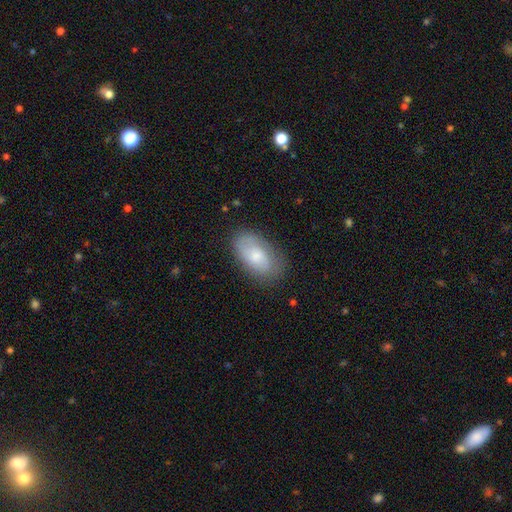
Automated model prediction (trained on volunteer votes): Smooth or featured? Predicted: smooth (p=0.57). How rounded? Predicted: in between (p=0.93). Merging? Predicted: none (p=0.75).